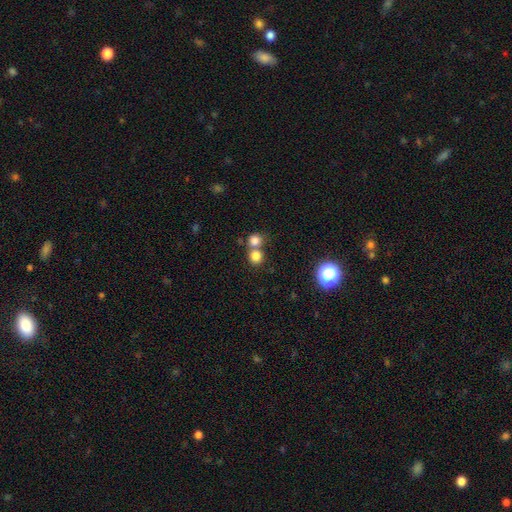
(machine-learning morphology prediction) type=smooth (80%); roundness=round (88%); merging=none (52%).